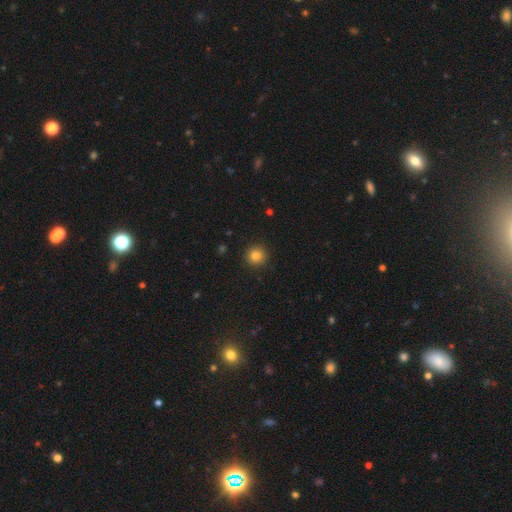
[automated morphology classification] smooth_or_featured: smooth (p=0.83) [alt: star or artifact p=0.12]
how_rounded: round (p=0.94) [alt: in between p=0.05]
merging: none (p=0.92) [alt: minor disturbance p=0.05]